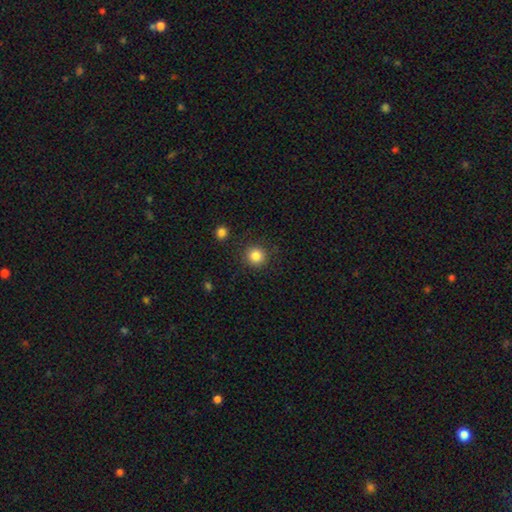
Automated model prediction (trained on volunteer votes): This is clearly a smooth galaxy (85%). How rounded: clearly round (93%). Merging: clearly none (88%).